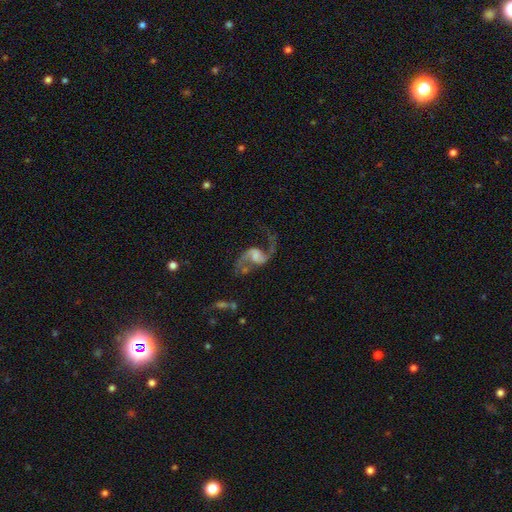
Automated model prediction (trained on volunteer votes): Smooth or featured? featured or disk (89%)
Edge-on disk? no (98%)
Bar? weak (44%)
Spiral arms? yes (96%)
Spiral winding? loose (79%)
Spiral arm count? 2 (92%)
Bulge size? none (35%)
Merging? none (60%)